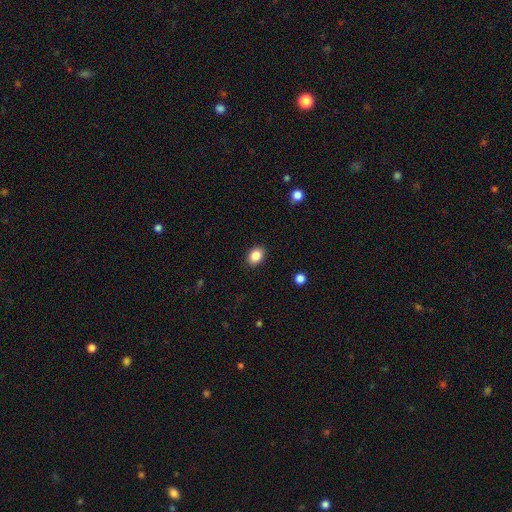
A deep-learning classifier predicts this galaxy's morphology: smooth 87%, star or artifact 9%, featured or disk 4%. Down the decision tree: how rounded — in between (64%); merging — none (89%).